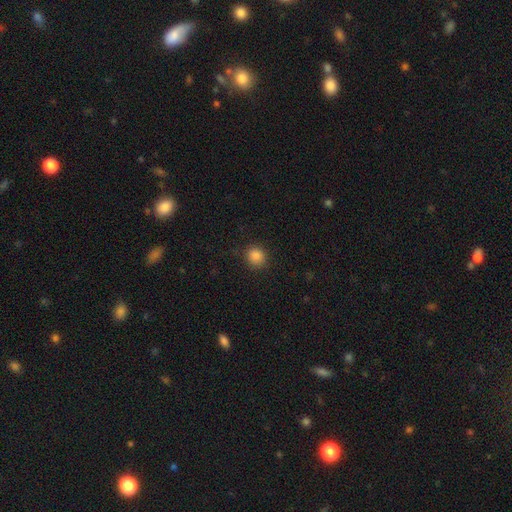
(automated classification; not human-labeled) Smooth or featured?
  - smooth: 86% *
  - star or artifact: 11%
  - featured or disk: 3%
How rounded?
  - round: 87% *
  - in between: 12%
  - cigar-shaped: 1%
Merging?
  - none: 87% *
  - minor disturbance: 9%
  - major disturbance: 3%
  - merger: 1%